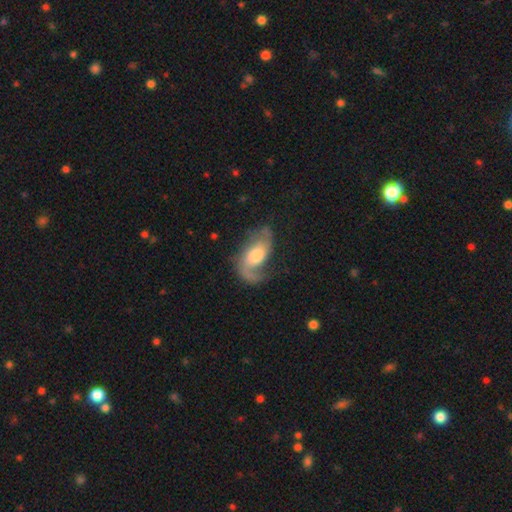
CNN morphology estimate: type=featured or disk (80%); edge-on=no (96%); bar=no (56%); spiral arms=yes (94%); winding=loose (51%); arm count=2 (78%); bulge=moderate (49%); merging=none (60%).